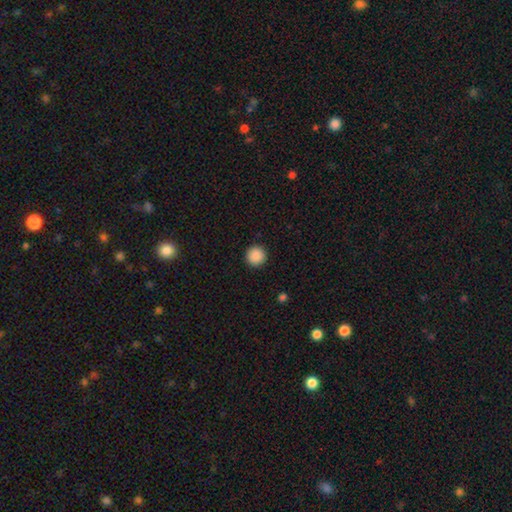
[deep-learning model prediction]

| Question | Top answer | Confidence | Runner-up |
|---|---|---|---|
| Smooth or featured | smooth | 89% | star or artifact (9%) |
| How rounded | round | 96% | in between (3%) |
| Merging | none | 93% | minor disturbance (4%) |